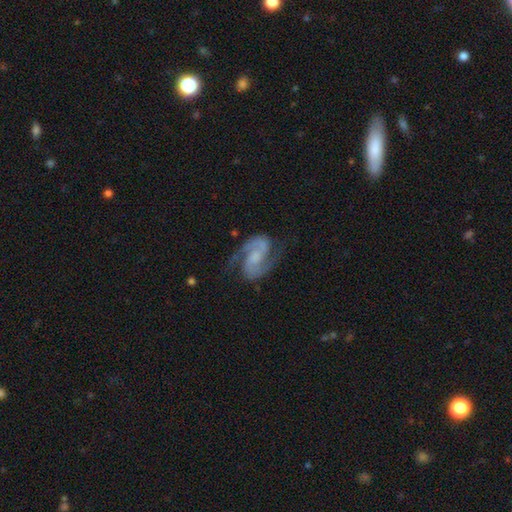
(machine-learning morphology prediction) A featured or disk galaxy (90%) with no bar (42%, tied with weak), 2 (94%) medium (60%) spiral arms (98%) and no central bulge (33%).

Vote fractions:
- Smooth or featured? featured or disk: 90% / star or artifact: 5% / smooth: 5%
- Edge-on disk? no: 98% / yes: 2%
- Bar? no: 42% (tied) / weak: 42% (tied) / strong: 16%
- Spiral arms? yes: 98% / no: 2%
- Spiral winding? medium: 60% / tight: 22% / loose: 18%
- Spiral arm count? 2: 94% / can't tell: 2% / 3: 1% / 1: 1% / 4: 1% / more than 4: 1%
- Bulge size? none: 33% / small: 31% / moderate: 27% / large: 7% / dominant: 1%
- Merging? none: 76% / minor disturbance: 15% / major disturbance: 7% / merger: 2%